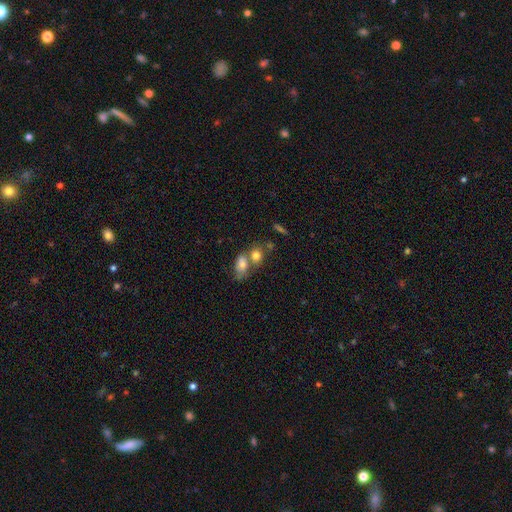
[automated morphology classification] Overall: smooth (78%). How rounded: in between (57%; round 40%). Merging: merger (53%; none 33%).